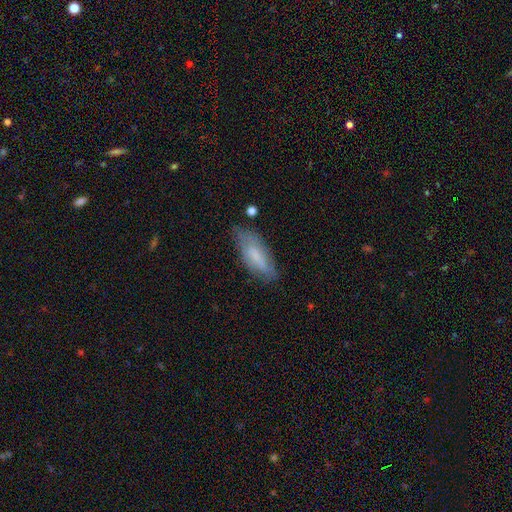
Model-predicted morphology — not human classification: A smooth galaxy with no disk features (67%) that is in between round and cigar-shaped (65%). Merging: none (66%).